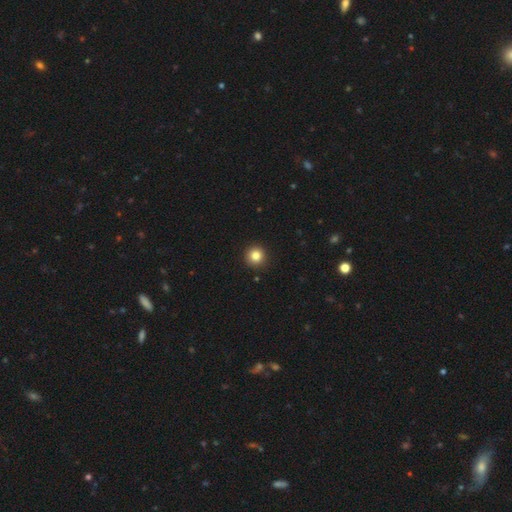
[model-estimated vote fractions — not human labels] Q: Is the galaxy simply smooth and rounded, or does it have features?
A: smooth — 84%.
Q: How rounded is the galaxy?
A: round — 95%.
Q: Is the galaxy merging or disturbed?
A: none — 93%.